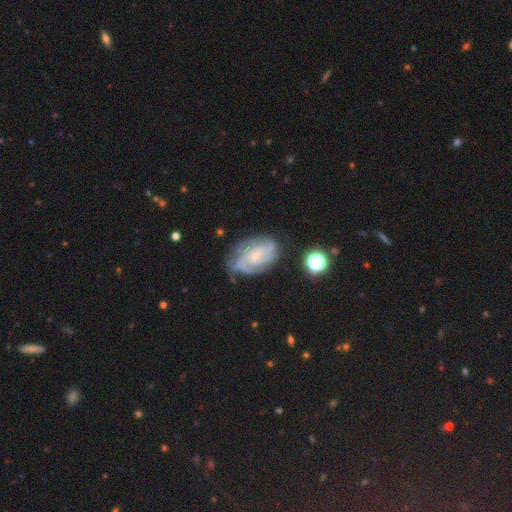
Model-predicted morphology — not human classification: The model was most divided on "spiral arm count": can't tell: 30%, 3: 27%, 2: 25%, 4: 9%, 1: 5%, more than 4: 5%. More confident: edge-on disk — no (97%); spiral arms — yes (95%); smooth or featured — featured or disk (81%); bulge size — small (68%); merging — none (67%); bar — no (65%); spiral winding — tight (57%).